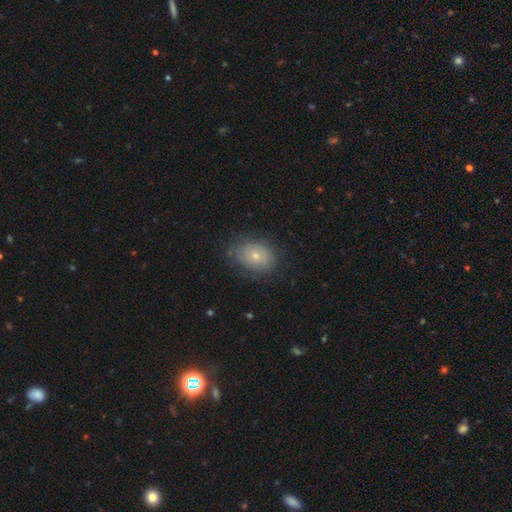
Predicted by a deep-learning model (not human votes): Smooth or featured?
  - smooth: 59% *
  - featured or disk: 32%
  - star or artifact: 9%
How rounded?
  - in between: 68% *
  - round: 31%
  - cigar-shaped: 1%
Merging?
  - none: 72% *
  - minor disturbance: 20%
  - major disturbance: 7%
  - merger: 1%